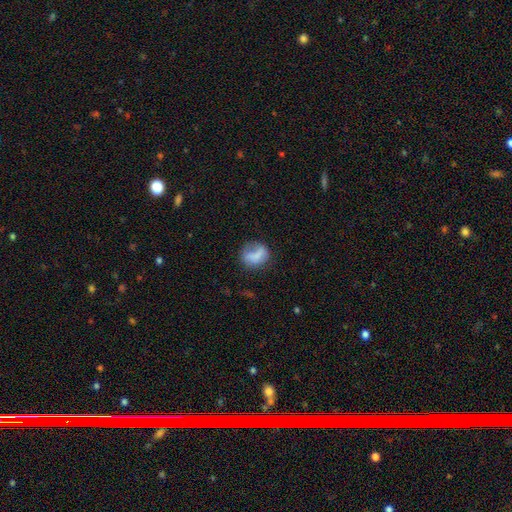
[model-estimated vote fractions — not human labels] A smooth galaxy with no disk features (70%) that is round (56%).

Vote fractions:
- Smooth or featured? smooth: 70% / featured or disk: 21% / star or artifact: 9%
- How rounded? round: 56% / in between: 42% / cigar-shaped: 2%
- Merging? none: 50% / minor disturbance: 27% / major disturbance: 18% / merger: 6%